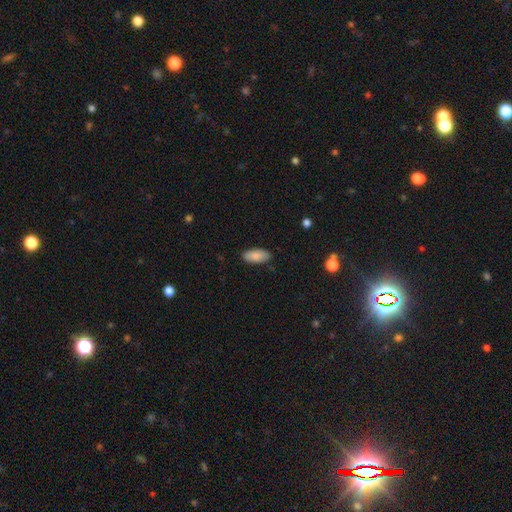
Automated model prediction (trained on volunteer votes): Smooth or featured? smooth (87%)
How rounded? in between (89%)
Merging? none (86%)